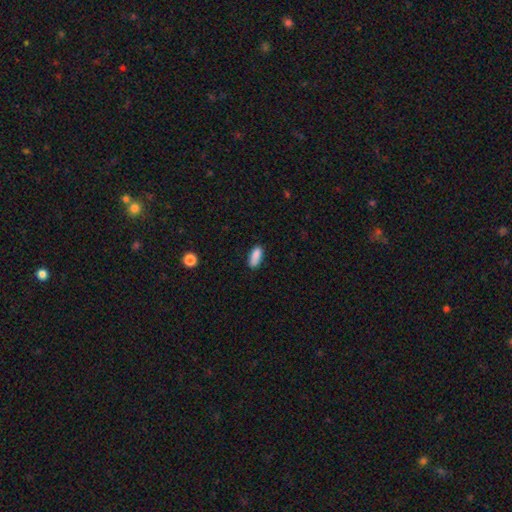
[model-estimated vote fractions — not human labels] smooth-or-featured: smooth: 88% | star or artifact: 8% | featured or disk: 4%
  how-rounded: in between: 77% | cigar-shaped: 21% | round: 2%
  merging: none: 81% | minor disturbance: 15% | major disturbance: 3% | merger: 2%